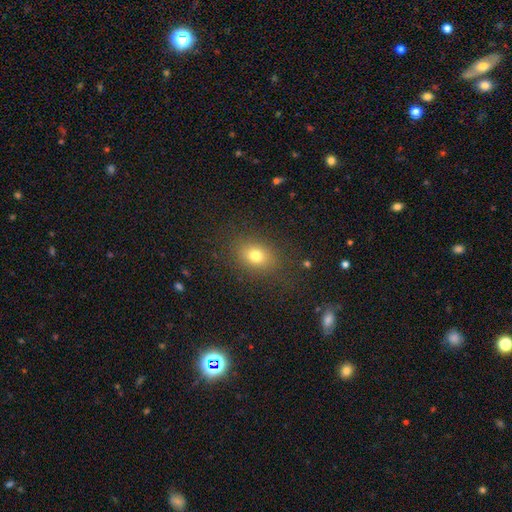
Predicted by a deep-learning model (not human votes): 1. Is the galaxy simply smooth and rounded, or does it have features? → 76% smooth, 13% star or artifact, 10% featured or disk.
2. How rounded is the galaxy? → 60% in between, 39% round, 1% cigar-shaped.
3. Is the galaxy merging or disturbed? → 83% none, 11% minor disturbance, 5% major disturbance, 1% merger.